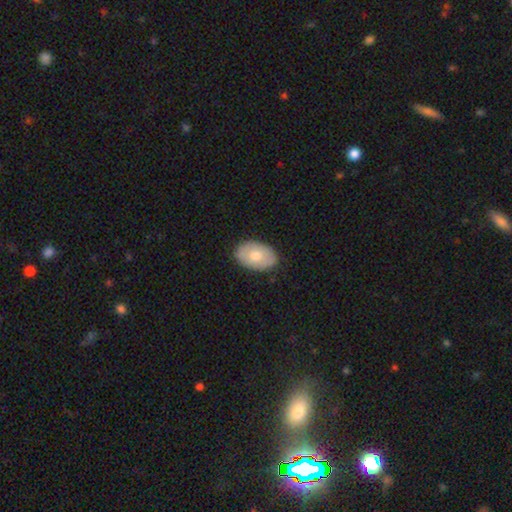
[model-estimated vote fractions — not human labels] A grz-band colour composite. It shows a smooth galaxy with no disk features (68%) that is in between round and cigar-shaped (88%). Merging: none (87%).